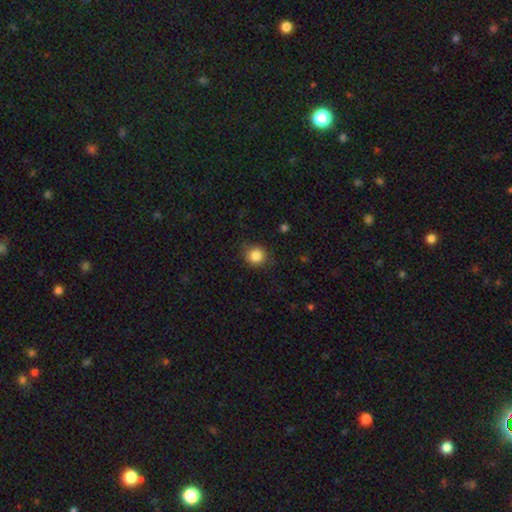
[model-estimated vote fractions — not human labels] Overall: smooth (85%). How rounded: round (87%). Merging: none (82%).